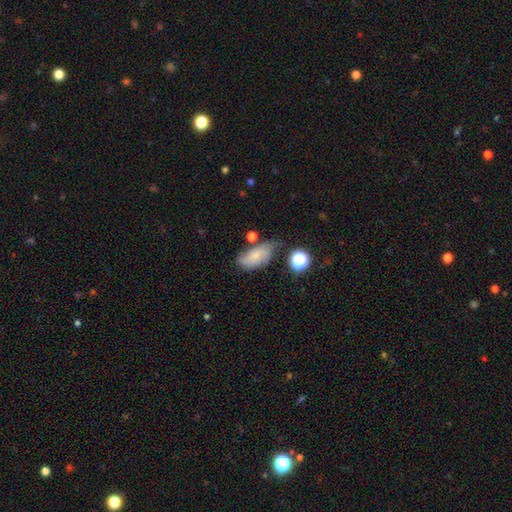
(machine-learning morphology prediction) Smooth or featured? Predicted: smooth (p=0.64). How rounded? Predicted: in between (p=0.88). Merging? Predicted: none (p=0.46).